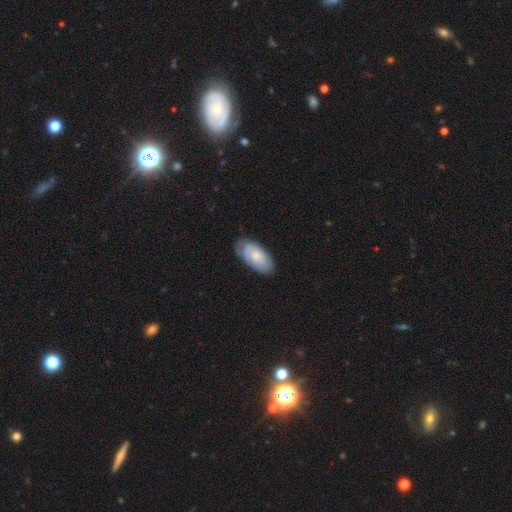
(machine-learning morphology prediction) Smooth or featured?
  - smooth: 53% *
  - featured or disk: 41%
  - star or artifact: 6%
How rounded?
  - in between: 93% *
  - cigar-shaped: 5%
  - round: 3%
Merging?
  - none: 72% *
  - minor disturbance: 22%
  - major disturbance: 5%
  - merger: 1%